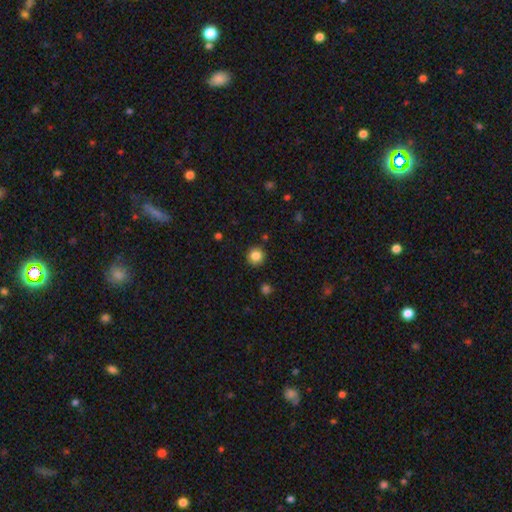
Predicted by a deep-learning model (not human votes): Overall: smooth (84%). How rounded: round (94%). Merging: none (91%).